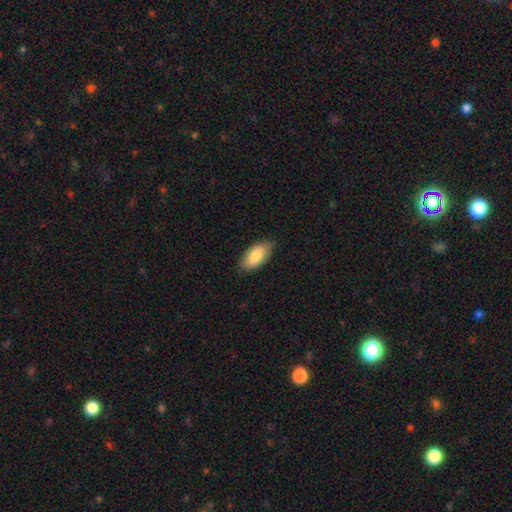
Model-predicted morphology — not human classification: Smooth or featured? smooth (84%)
How rounded? in between (92%)
Merging? none (83%)